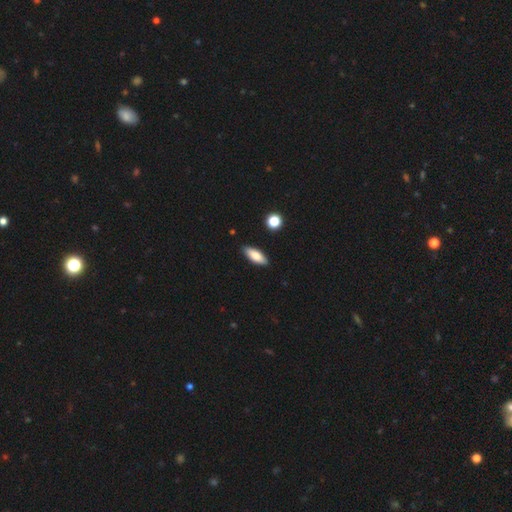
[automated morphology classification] Smooth or featured? smooth (80%)
How rounded? in between (69%)
Merging? none (88%)